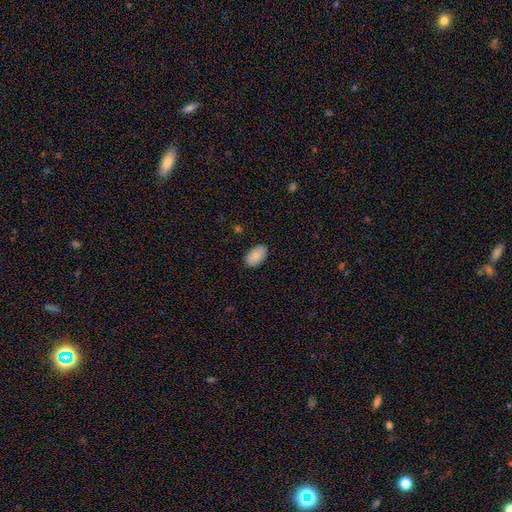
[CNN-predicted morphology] This appears to be a smooth galaxy with no disk features (88%) that is in between round and cigar-shaped (94%). Merging: none (87%).